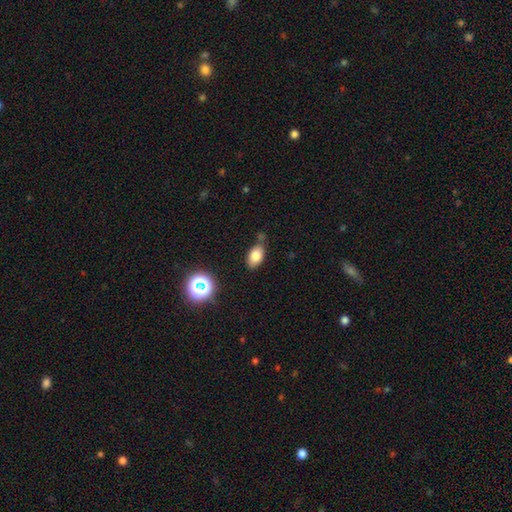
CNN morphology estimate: A smooth galaxy with no disk features (79%) that is in between round and cigar-shaped (89%).

Vote fractions:
- Smooth or featured? smooth: 79% / star or artifact: 11% / featured or disk: 10%
- How rounded? in between: 89% / round: 9% / cigar-shaped: 2%
- Merging? none: 68% / minor disturbance: 19% / merger: 8% / major disturbance: 4%